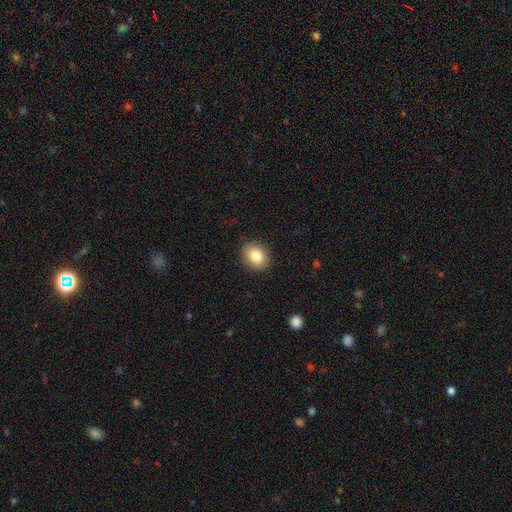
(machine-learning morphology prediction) type=smooth (84%); roundness=round (52%); merging=none (89%).